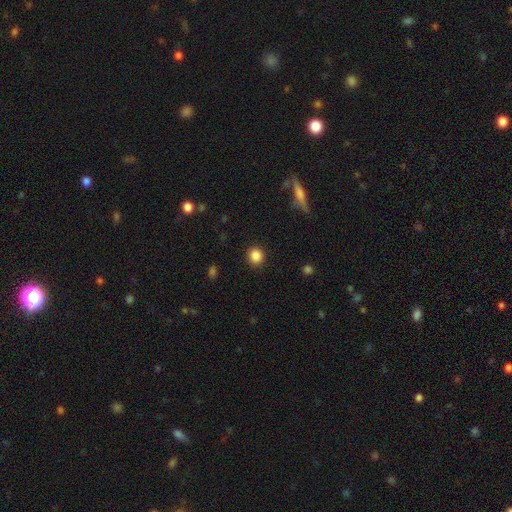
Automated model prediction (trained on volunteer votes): Smooth or featured?
  - smooth: 86% *
  - star or artifact: 10%
  - featured or disk: 3%
How rounded?
  - round: 88% *
  - in between: 11%
  - cigar-shaped: 1%
Merging?
  - none: 91% *
  - minor disturbance: 6%
  - major disturbance: 2%
  - merger: 1%